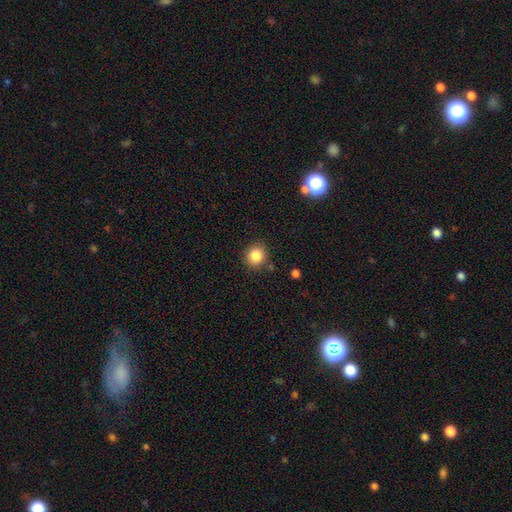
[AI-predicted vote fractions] A smooth galaxy with no disk features (85%) that is round (83%). Merging: none (85%).